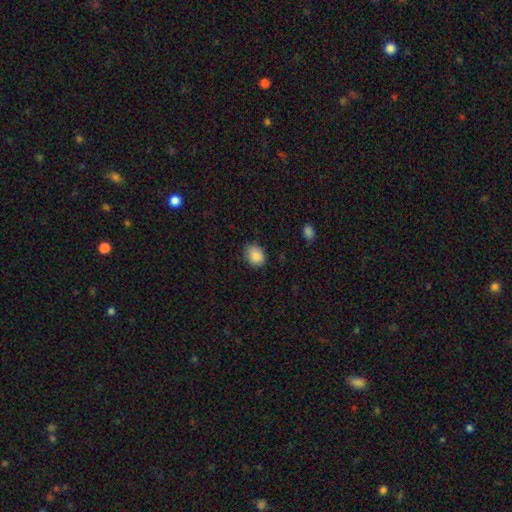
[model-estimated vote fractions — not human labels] Smooth or featured: smooth — 88% (star or artifact — 8%)
How rounded: round — 51% (in between — 48%)
Merging: none — 79% (minor disturbance — 17%)